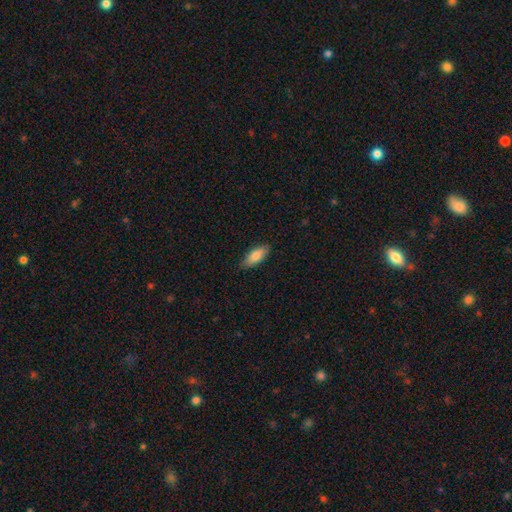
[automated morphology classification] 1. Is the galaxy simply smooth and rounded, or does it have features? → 79% smooth, 15% featured or disk, 6% star or artifact.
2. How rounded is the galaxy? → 74% in between, 24% cigar-shaped, 2% round.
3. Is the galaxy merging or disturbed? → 86% none, 11% minor disturbance, 2% major disturbance, 1% merger.